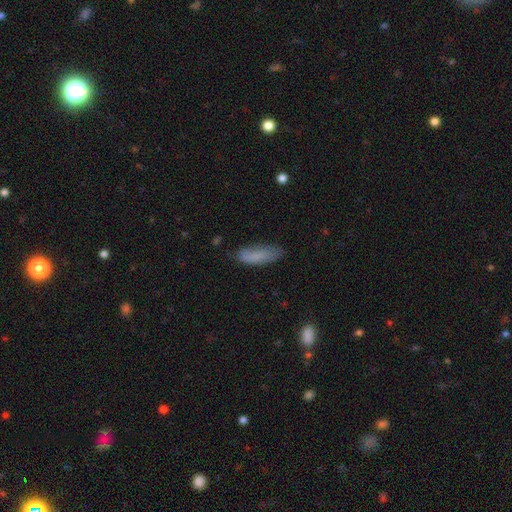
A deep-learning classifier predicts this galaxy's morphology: The model was most divided on "how rounded": in between: 53%, cigar-shaped: 45%, round: 2%. More confident: smooth or featured — smooth (79%); merging — none (66%).